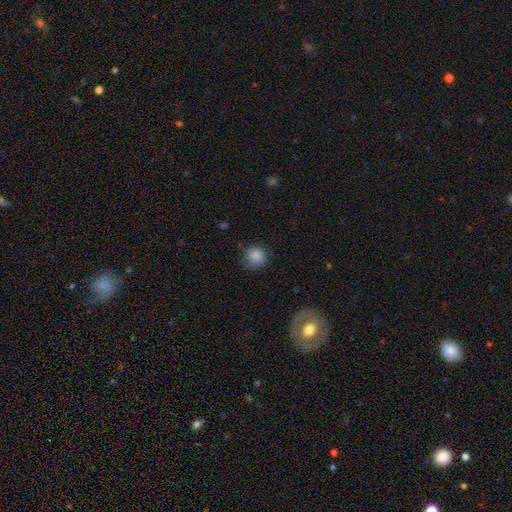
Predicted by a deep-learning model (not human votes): Q: Smooth or featured?
A: smooth (85%); runner-up: star or artifact (9%)
Q: How rounded?
A: round (87%); runner-up: in between (12%)
Q: Merging?
A: none (68%); runner-up: minor disturbance (23%)